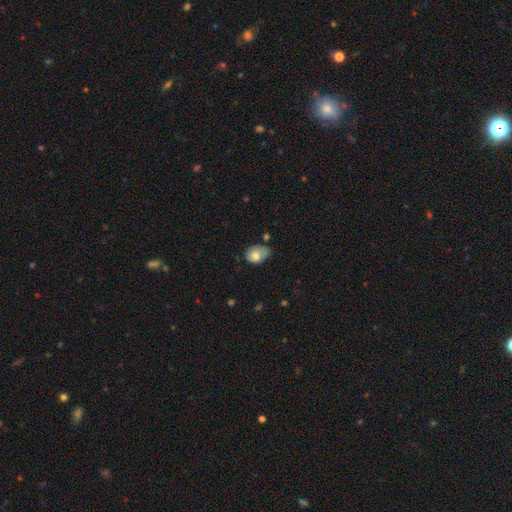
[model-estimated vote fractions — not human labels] This is likely a smooth galaxy (74%). How rounded: likely in between (70%). Merging: marginally minor disturbance (41%, tied with none).